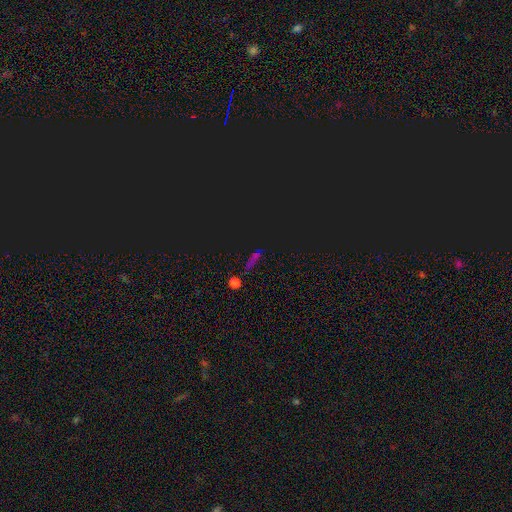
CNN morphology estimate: Smooth or featured? star or artifact (66%)